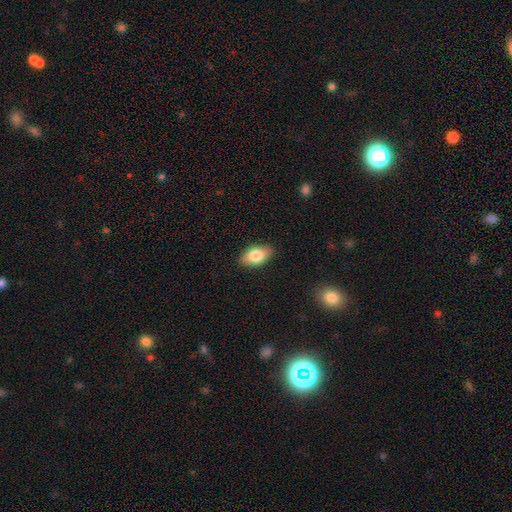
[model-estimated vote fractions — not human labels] Smooth or featured? smooth (81%)
How rounded? in between (92%)
Merging? none (87%)